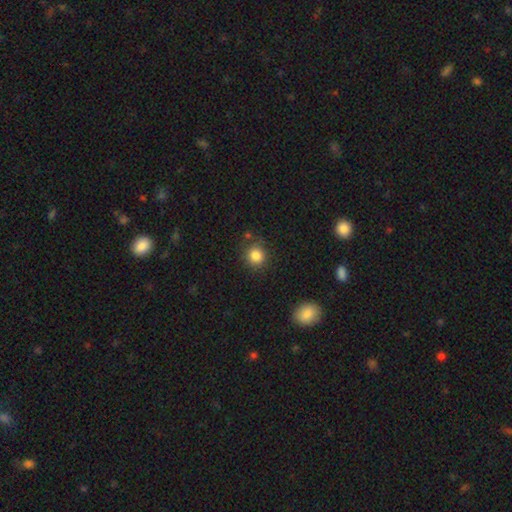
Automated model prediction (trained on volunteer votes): smooth 84%, star or artifact 11%, featured or disk 5%. Down the decision tree: how rounded — round (89%); merging — none (82%).